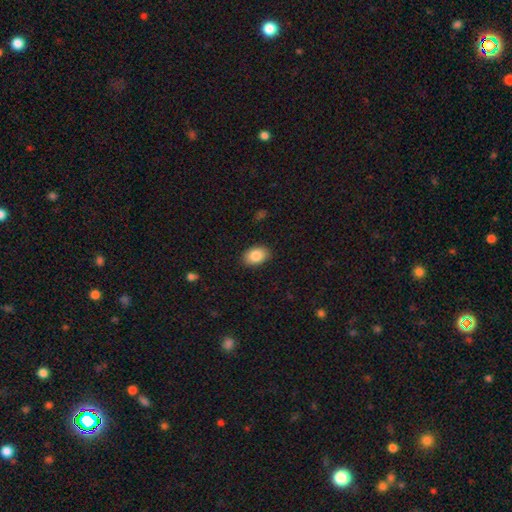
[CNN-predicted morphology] The model was most divided on "how rounded": in between: 86%, round: 13%, cigar-shaped: 1%. More confident: merging — none (88%); smooth or featured — smooth (86%).